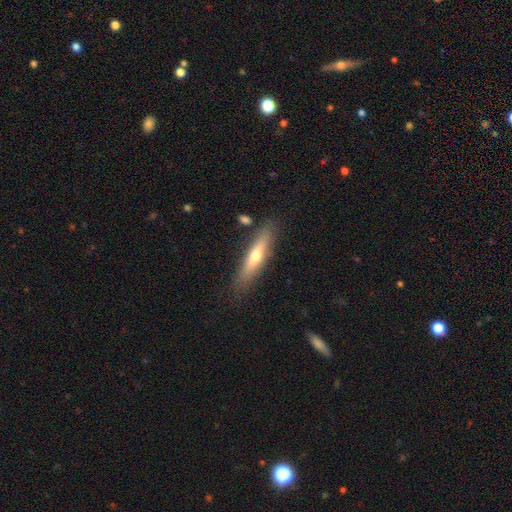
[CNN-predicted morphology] smooth-or-featured: smooth: 50% | featured or disk: 44% | star or artifact: 6%
  merging: none: 80% | minor disturbance: 12% | merger: 4% | major disturbance: 3%